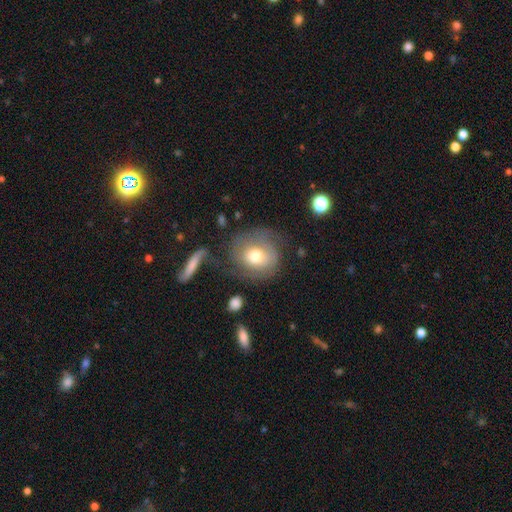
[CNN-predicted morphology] A smooth galaxy with no disk features (56%) that is round (77%). Merging: none (55%).